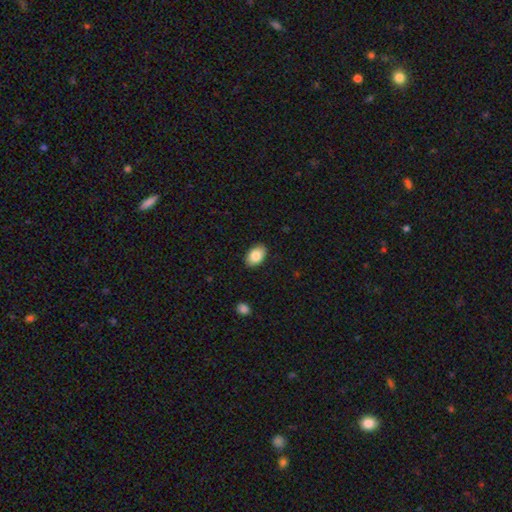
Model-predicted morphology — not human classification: The model was most divided on "merging": none: 87%, minor disturbance: 10%, major disturbance: 2%, merger: 1%. More confident: how rounded — in between (89%); smooth or featured — smooth (87%).